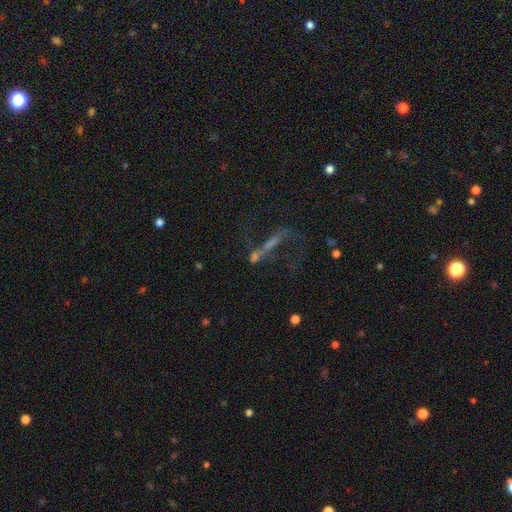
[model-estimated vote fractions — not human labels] This appears to be a featured or disk galaxy (51%). Merging: none (34%).